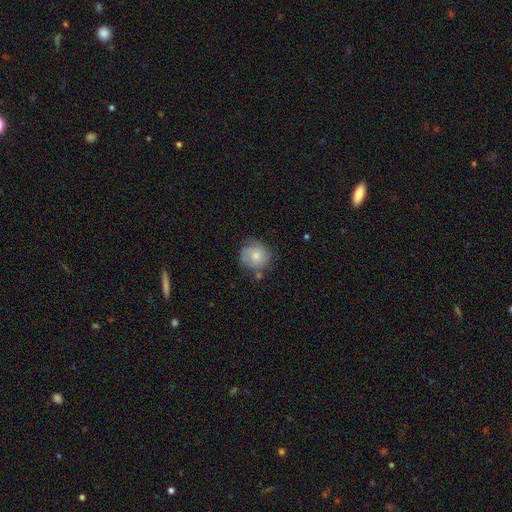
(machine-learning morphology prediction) type=smooth (63%); roundness=round (86%); merging=none (62%).